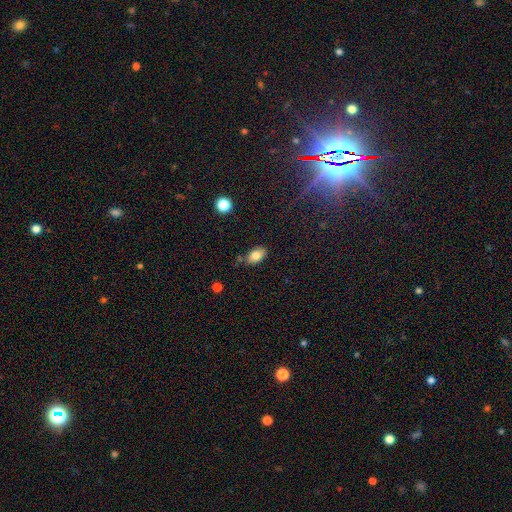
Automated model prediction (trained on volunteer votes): smooth_or_featured: smooth (p=0.80) [alt: featured or disk p=0.11]
how_rounded: in between (p=0.90) [alt: round p=0.08]
merging: none (p=0.76) [alt: minor disturbance p=0.16]